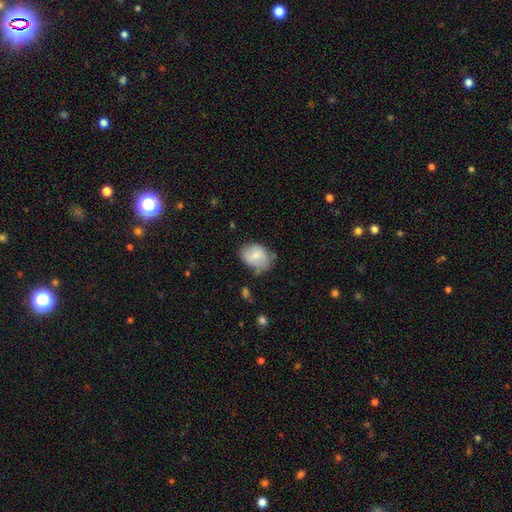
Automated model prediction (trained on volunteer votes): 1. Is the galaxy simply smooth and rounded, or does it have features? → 73% smooth, 21% featured or disk, 7% star or artifact.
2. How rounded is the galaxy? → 72% in between, 27% round, 1% cigar-shaped.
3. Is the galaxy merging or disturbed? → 60% none, 28% minor disturbance, 8% major disturbance, 4% merger.